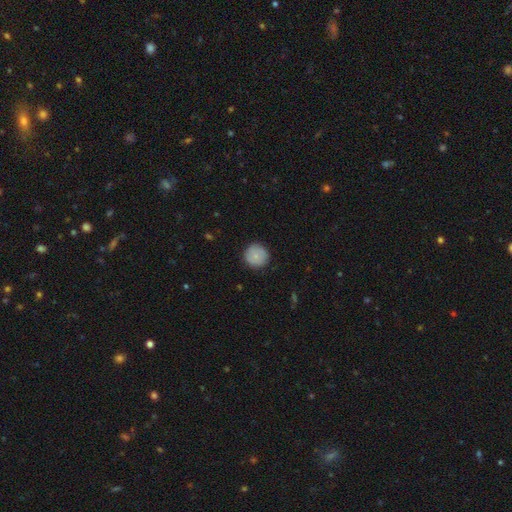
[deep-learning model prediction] Smooth or featured? smooth (83%)
How rounded? round (95%)
Merging? none (89%)